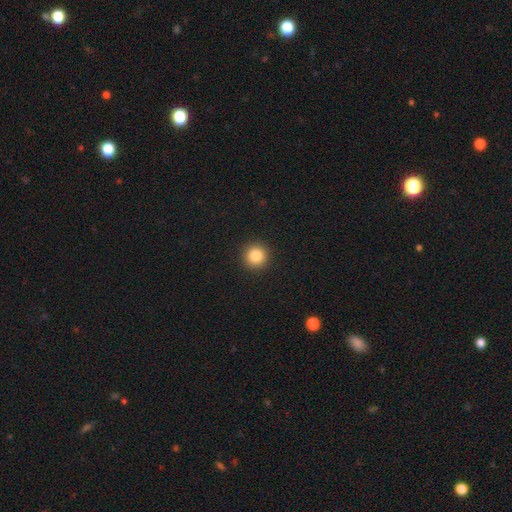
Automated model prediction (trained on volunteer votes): smooth 84%, star or artifact 11%, featured or disk 5%. Down the decision tree: how rounded — round (94%); merging — none (93%).